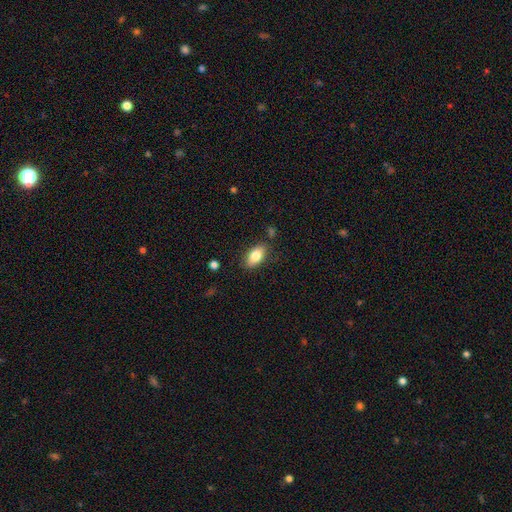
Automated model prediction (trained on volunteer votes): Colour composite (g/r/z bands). It shows a smooth galaxy with no disk features (82%) that is in between round and cigar-shaped (91%). Merging: none (82%).